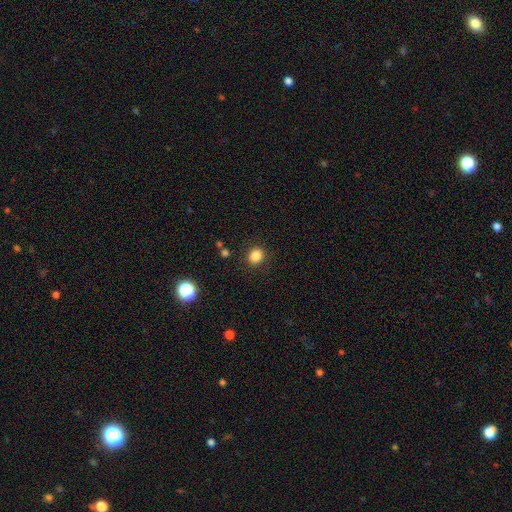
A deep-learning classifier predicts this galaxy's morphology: Overall: smooth (84%). How rounded: round (79%). Merging: none (88%).